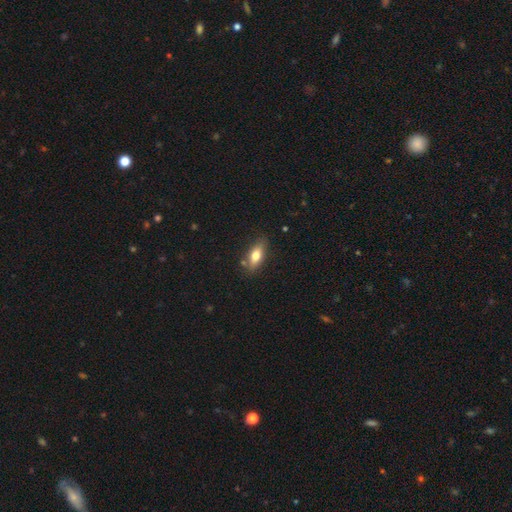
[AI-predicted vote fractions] The model was most divided on "smooth or featured": smooth: 69%, featured or disk: 24%, star or artifact: 7%. More confident: merging — none (80%); how rounded — in between (76%).